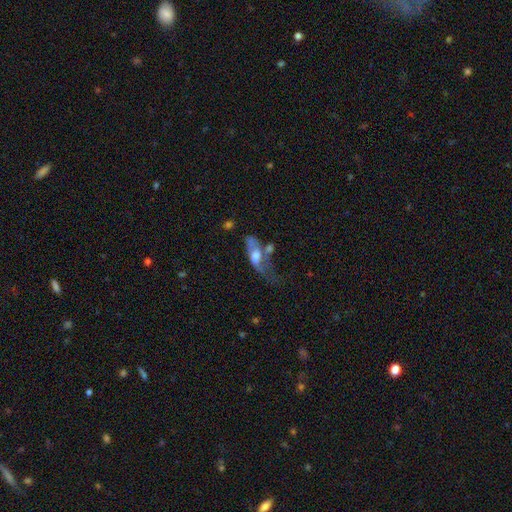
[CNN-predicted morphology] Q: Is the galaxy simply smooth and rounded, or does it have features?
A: featured or disk — 48%.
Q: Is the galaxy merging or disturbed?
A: major disturbance — 42%.